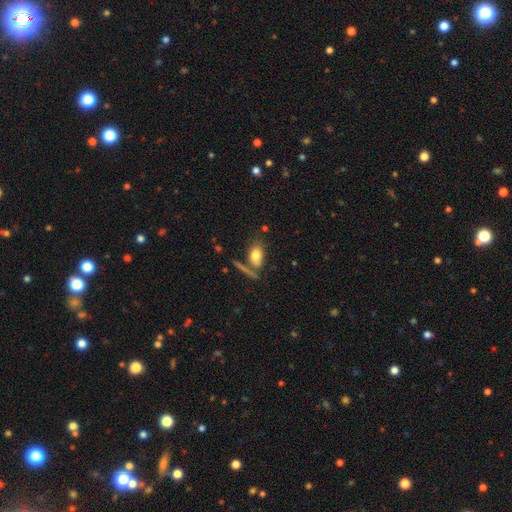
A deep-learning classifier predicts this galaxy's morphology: The model was most divided on "merging": none: 58%, merger: 20%, minor disturbance: 15%, major disturbance: 8%. More confident: how rounded — in between (82%); smooth or featured — smooth (75%).